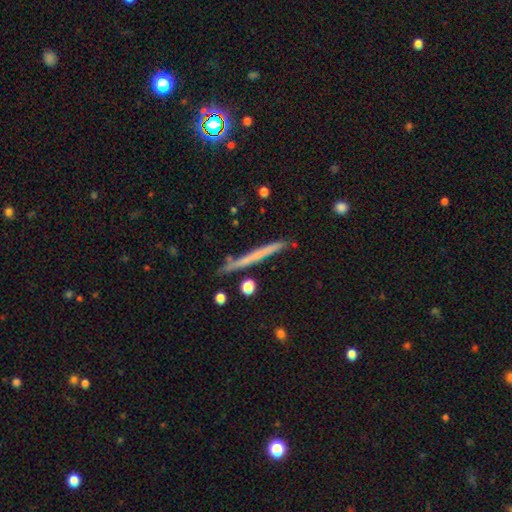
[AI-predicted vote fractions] featured or disk 51%, smooth 41%, star or artifact 8%. Down the decision tree: edge-on disk — yes (96%); merging — none (85%).